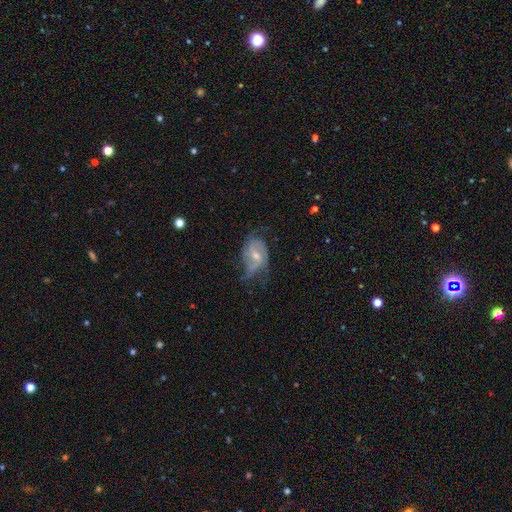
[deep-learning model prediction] This appears to be a featured or disk galaxy (77%) with a weak bar (45%), 2 (47%) medium (42%) spiral arms (87%) and a moderate central bulge (53%). Merging: none (51%).